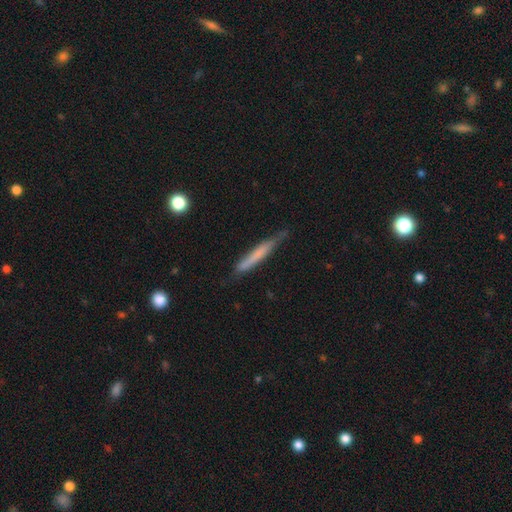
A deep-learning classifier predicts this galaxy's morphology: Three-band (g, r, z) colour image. It shows a smooth galaxy with no disk features (60%) that is cigar-shaped (95%). Merging: none (70%).